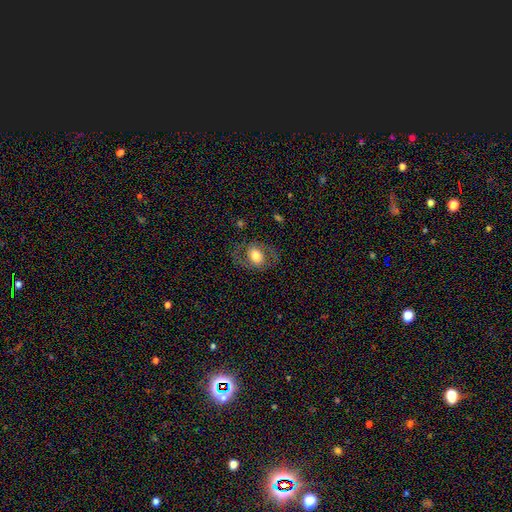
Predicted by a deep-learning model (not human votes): smooth_or_featured: smooth (p=0.50) [alt: featured or disk p=0.42]
how_rounded: in between (p=0.64) [alt: round p=0.35]
merging: none (p=0.73) [alt: minor disturbance p=0.14]